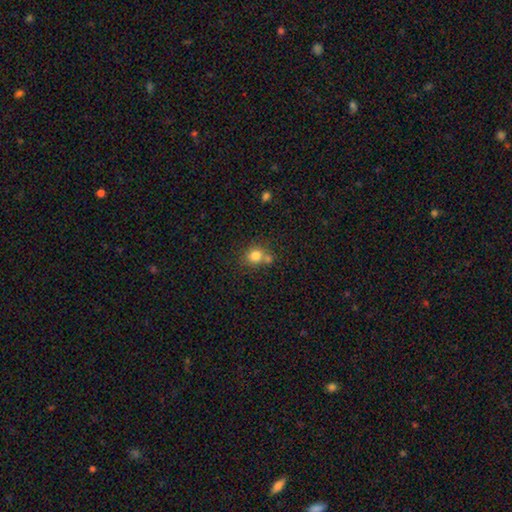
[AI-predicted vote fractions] Overall: smooth (80%). How rounded: round (77%). Merging: none (52%; merger 32%).